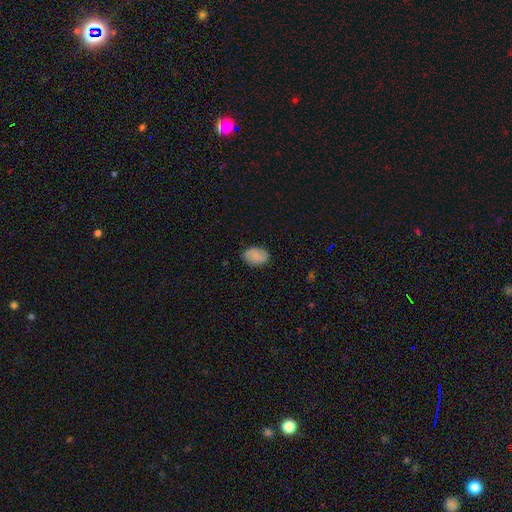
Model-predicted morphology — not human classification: type=smooth (80%); roundness=in between (83%); merging=none (83%).